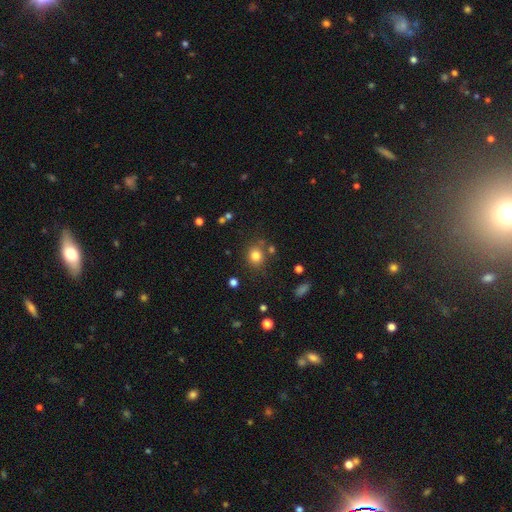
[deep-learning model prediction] Smooth or featured? smooth (80%)
How rounded? round (78%)
Merging? none (77%)